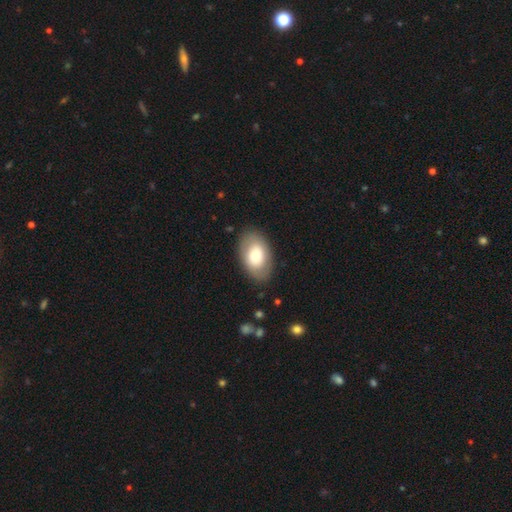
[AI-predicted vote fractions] This appears to be a smooth galaxy with no disk features (67%) that is in between round and cigar-shaped (89%). Merging: none (83%).